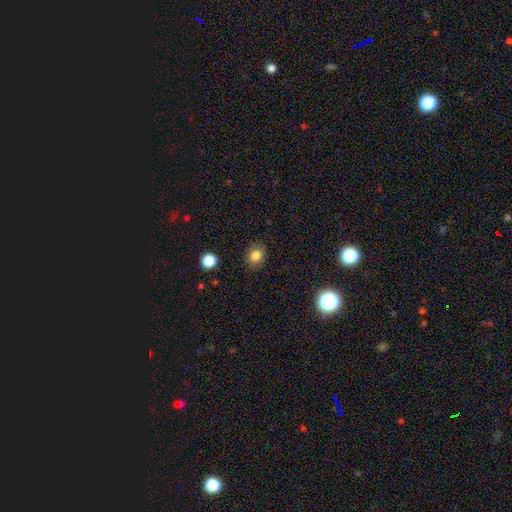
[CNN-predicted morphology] Smooth or featured?
  - smooth: 82% *
  - star or artifact: 12%
  - featured or disk: 6%
How rounded?
  - round: 65% *
  - in between: 34%
  - cigar-shaped: 1%
Merging?
  - none: 86% *
  - minor disturbance: 10%
  - major disturbance: 3%
  - merger: 1%